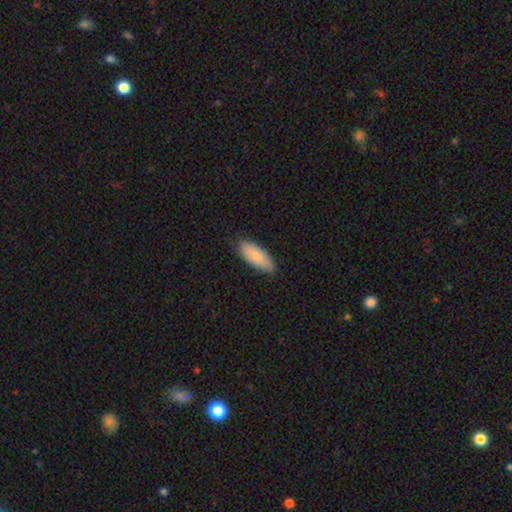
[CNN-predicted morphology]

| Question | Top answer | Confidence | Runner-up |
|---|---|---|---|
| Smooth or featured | smooth | 85% | featured or disk (10%) |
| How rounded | in between | 80% | cigar-shaped (18%) |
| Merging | none | 84% | minor disturbance (13%) |